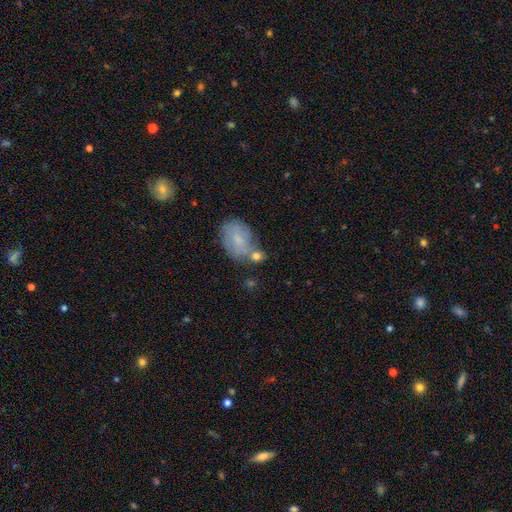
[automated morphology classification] This appears to be a smooth galaxy with no disk features (64%) that is in between round and cigar-shaped (66%). Merging: none (44%).